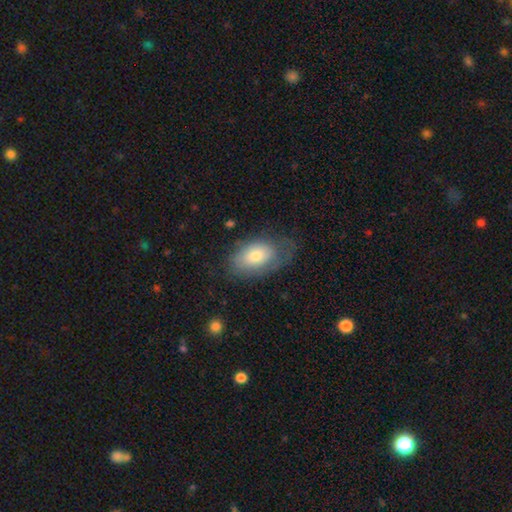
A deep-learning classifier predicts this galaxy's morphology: Smooth or featured?
  - smooth: 68% *
  - featured or disk: 25%
  - star or artifact: 7%
How rounded?
  - in between: 91% *
  - round: 8%
  - cigar-shaped: 2%
Merging?
  - none: 56% *
  - minor disturbance: 27%
  - major disturbance: 15%
  - merger: 2%